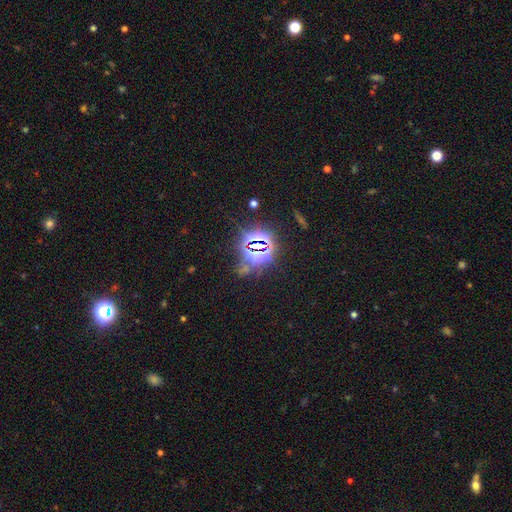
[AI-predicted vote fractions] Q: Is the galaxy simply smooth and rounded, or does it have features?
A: star or artifact — 78%.